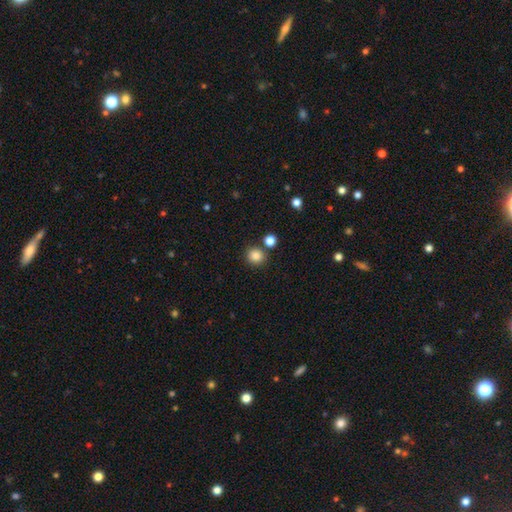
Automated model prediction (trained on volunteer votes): smooth-or-featured: smooth: 85% | star or artifact: 11% | featured or disk: 4%
  how-rounded: round: 90% | in between: 9% | cigar-shaped: 1%
  merging: none: 82% | merger: 9% | minor disturbance: 7% | major disturbance: 3%